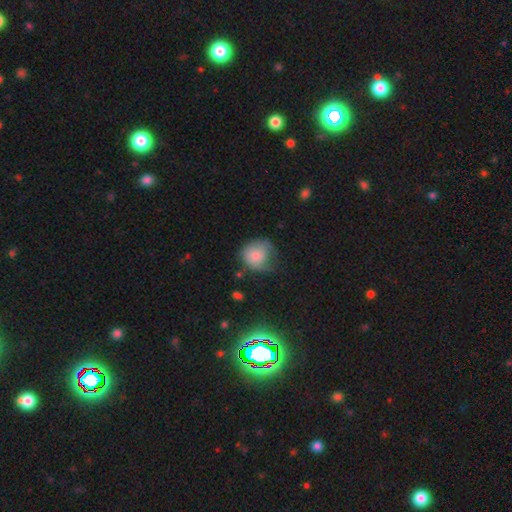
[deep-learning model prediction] A smooth galaxy with no disk features (78%) that is round (80%). Merging: none (40%).